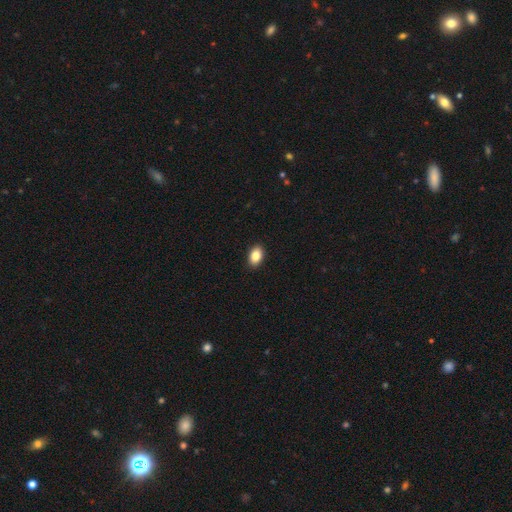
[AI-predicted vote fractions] Smooth or featured? Predicted: smooth (p=0.85). How rounded? Predicted: in between (p=0.86). Merging? Predicted: none (p=0.91).